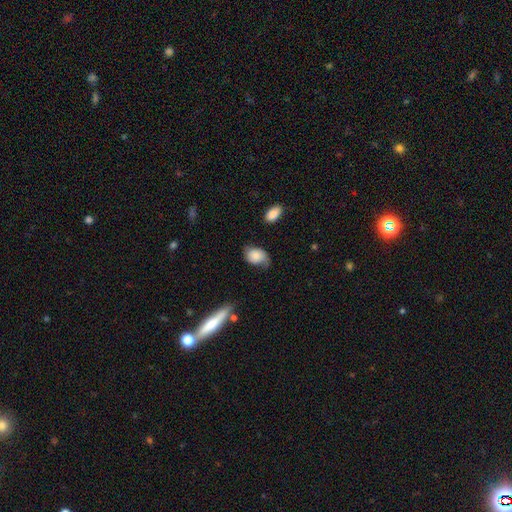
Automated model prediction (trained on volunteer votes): Smooth or featured: smooth — 67% (featured or disk — 26%)
How rounded: in between — 81% (round — 18%)
Merging: none — 46% (minor disturbance — 36%)